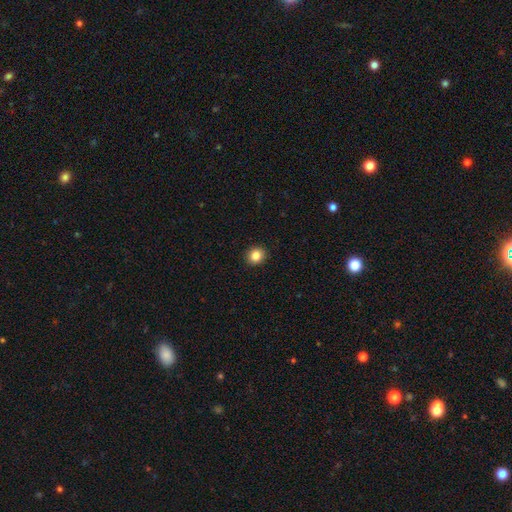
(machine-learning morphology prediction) This appears to be a smooth galaxy with no disk features (85%) that is round (81%). Merging: none (92%).